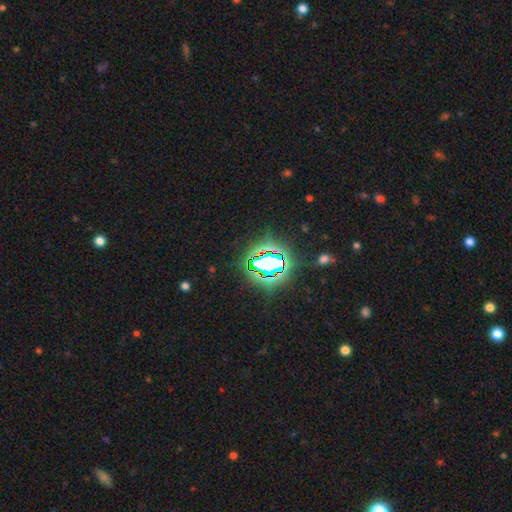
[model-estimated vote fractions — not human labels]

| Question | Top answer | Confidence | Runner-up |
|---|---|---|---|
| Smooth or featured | star or artifact | 78% | smooth (14%) |